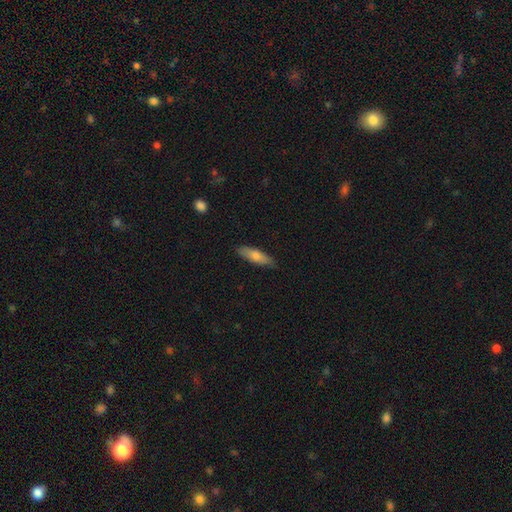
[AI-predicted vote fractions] Q: Smooth or featured?
A: smooth (68%); runner-up: featured or disk (26%)
Q: How rounded?
A: cigar-shaped (64%); runner-up: in between (34%)
Q: Merging?
A: none (85%); runner-up: minor disturbance (12%)